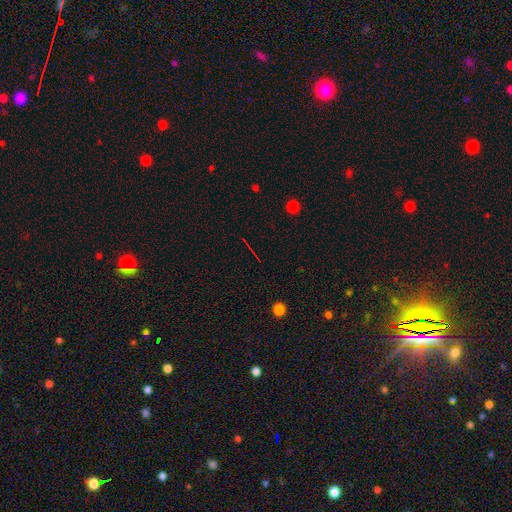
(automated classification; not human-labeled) Smooth or featured: star or artifact — 69% (smooth — 17%)